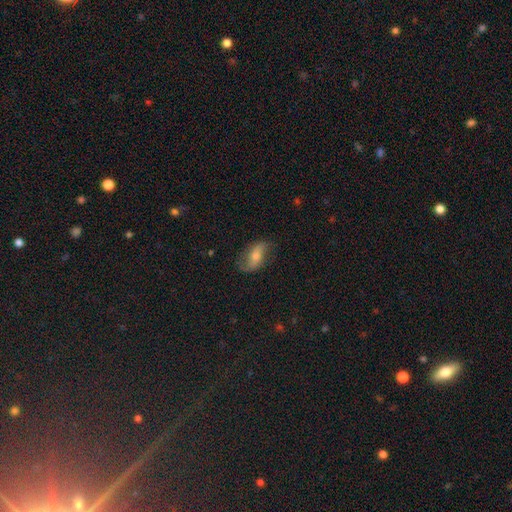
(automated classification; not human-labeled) Smooth or featured? featured or disk (57%)
Edge-on disk? no (90%)
Bar? no (43%)
Spiral arms? yes (84%)
Bulge size? moderate (53%)
Merging? none (73%)